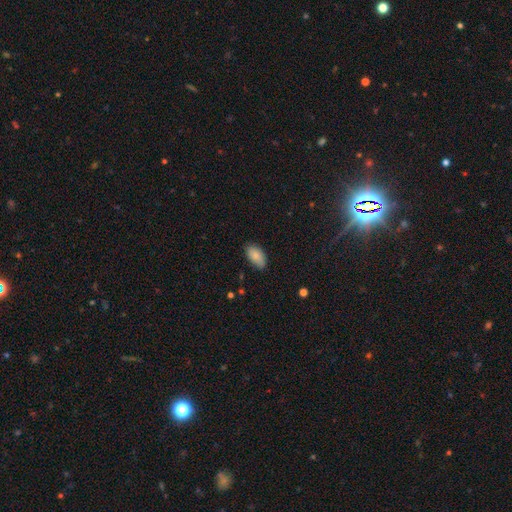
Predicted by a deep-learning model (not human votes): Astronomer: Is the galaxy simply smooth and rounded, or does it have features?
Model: smooth — 85%.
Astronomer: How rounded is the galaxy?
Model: in between — 94%.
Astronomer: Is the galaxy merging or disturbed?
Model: none — 80%.